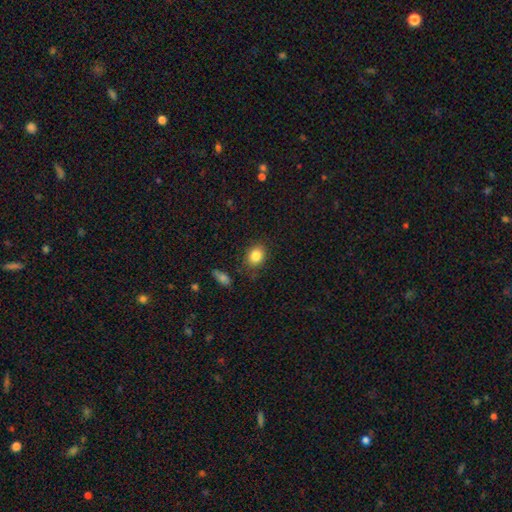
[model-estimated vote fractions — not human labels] Smooth or featured? smooth (84%)
How rounded? in between (54%)
Merging? none (81%)